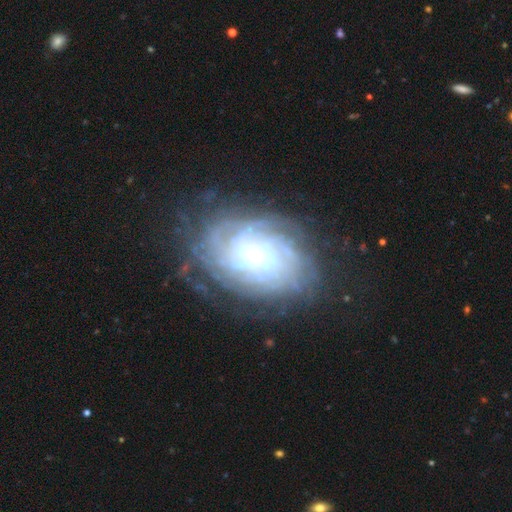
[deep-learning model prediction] Smooth or featured: featured or disk — 83% (smooth — 9%)
Edge-on disk: no — 97% (yes — 3%)
Bar: no — 58% (weak — 33%)
Spiral arms: yes — 95% (no — 5%)
Spiral winding: tight — 80% (medium — 16%)
Spiral arm count: can't tell — 40% (more than 4 — 25%)
Bulge size: small — 57% (moderate — 33%)
Merging: none — 74% (minor disturbance — 17%)